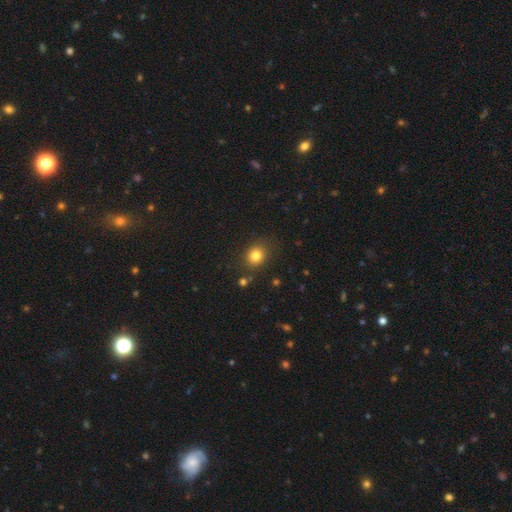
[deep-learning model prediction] This appears to be a smooth galaxy with no disk features (81%) that is round (68%). Merging: none (82%).